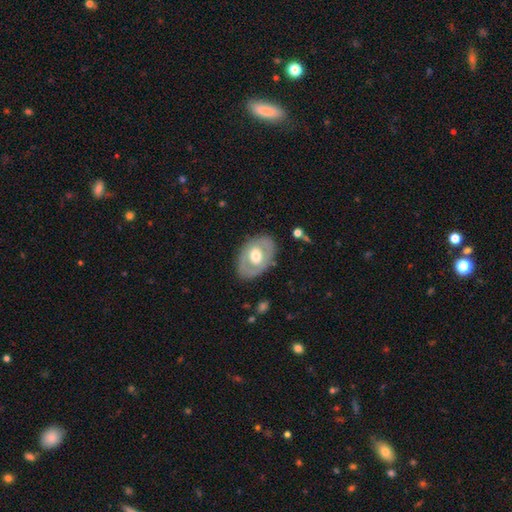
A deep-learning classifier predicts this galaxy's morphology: This is possibly a featured or disk galaxy (55%). It is clearly not viewed edge-on (91%). Bar: likely no (68%). Spiral arm pattern: likely no (78%). Central bulge: likely moderate (66%). Merging: clearly none (80%).